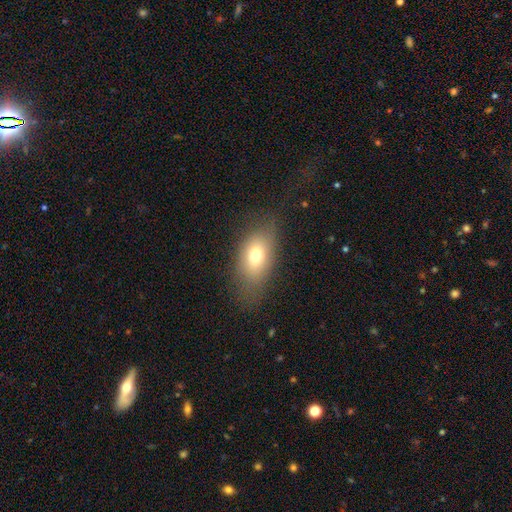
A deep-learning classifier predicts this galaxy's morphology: A smooth galaxy with no disk features (71%) that is in between round and cigar-shaped (85%). Merging: none (71%).